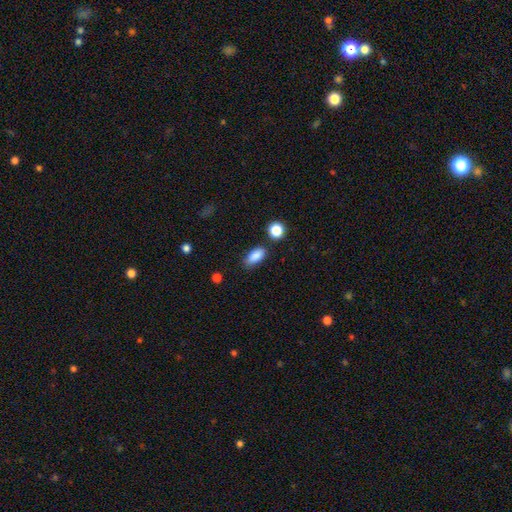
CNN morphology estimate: Smooth or featured? Predicted: smooth (p=0.87). How rounded? Predicted: in between (p=0.86). Merging? Predicted: none (p=0.80).